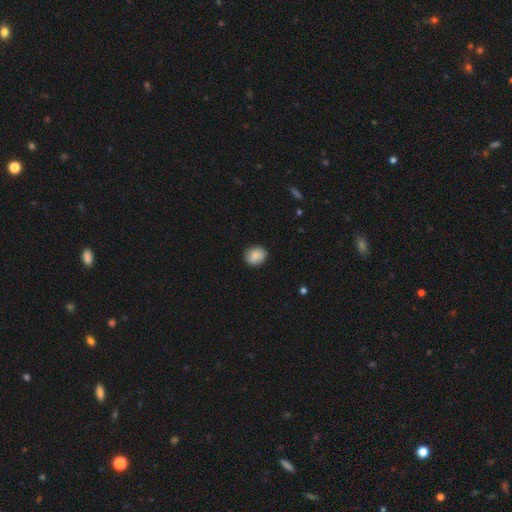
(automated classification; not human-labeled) A smooth galaxy with no disk features (80%) that is round (69%).

Vote fractions:
- Smooth or featured? smooth: 80% / featured or disk: 12% / star or artifact: 8%
- How rounded? round: 69% / in between: 30% / cigar-shaped: 1%
- Merging? none: 83% / minor disturbance: 14% / major disturbance: 3% / merger: 1%